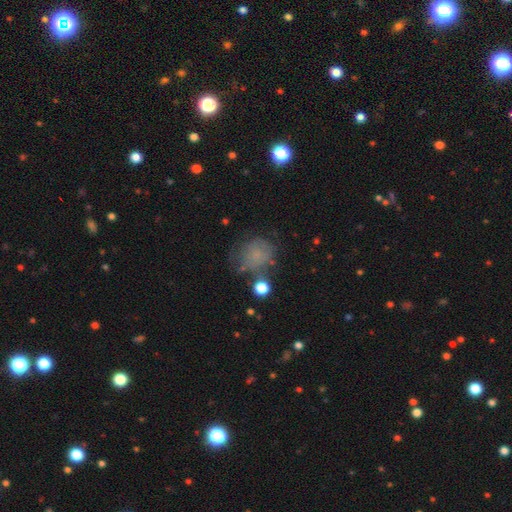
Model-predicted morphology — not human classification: Smooth or featured? smooth (59%)
How rounded? round (72%)
Merging? none (54%)